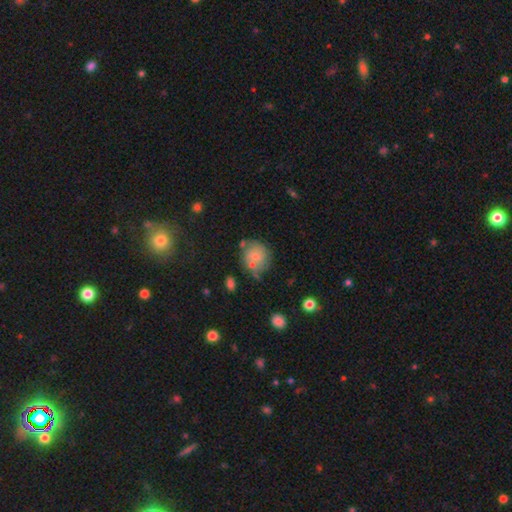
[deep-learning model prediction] A smooth galaxy with no disk features (64%) that is round (77%). Merging: none (52%).